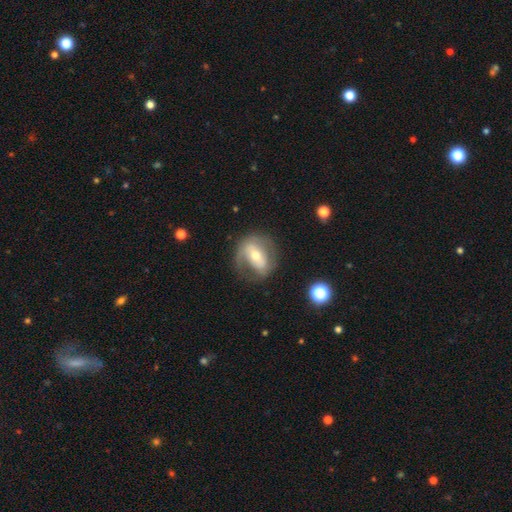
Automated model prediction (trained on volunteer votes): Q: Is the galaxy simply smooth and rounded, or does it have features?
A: featured or disk — 60%.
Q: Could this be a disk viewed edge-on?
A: no — 92%.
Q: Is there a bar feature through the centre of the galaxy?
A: strong — 41%.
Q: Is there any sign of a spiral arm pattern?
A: no — 50%, tied with yes.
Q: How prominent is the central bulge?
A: moderate — 58%.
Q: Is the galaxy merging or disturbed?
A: none — 61%.